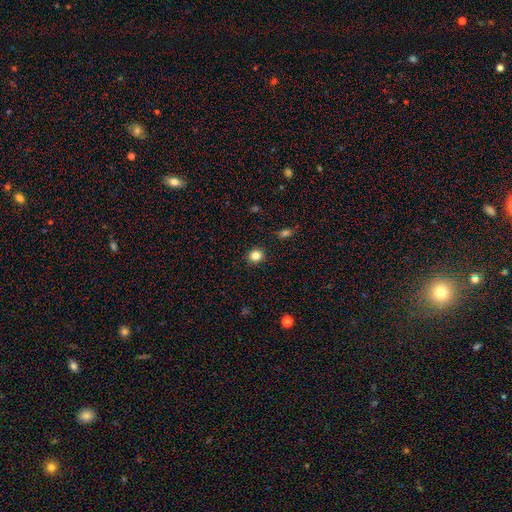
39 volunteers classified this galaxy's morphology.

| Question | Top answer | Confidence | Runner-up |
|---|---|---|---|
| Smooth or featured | smooth | 79% | featured or disk (10%) |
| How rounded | round | 97% | in between (3%) |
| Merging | none | 94% | minor disturbance (3%) |